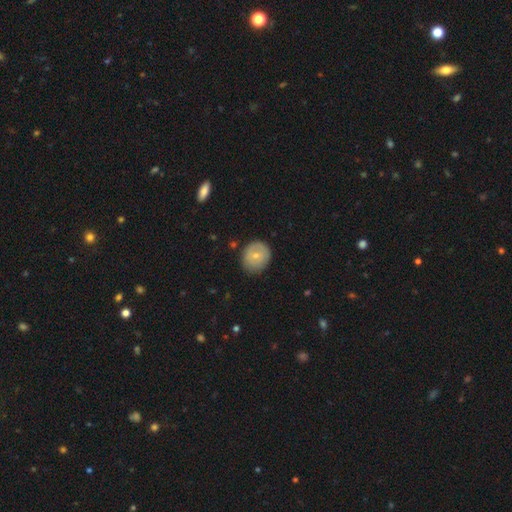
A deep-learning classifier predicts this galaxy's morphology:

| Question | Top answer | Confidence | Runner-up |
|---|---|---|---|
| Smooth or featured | smooth | 63% | featured or disk (30%) |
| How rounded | round | 81% | in between (18%) |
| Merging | none | 78% | minor disturbance (17%) |